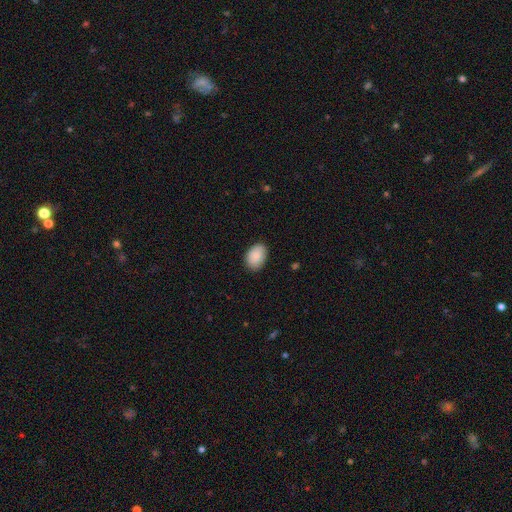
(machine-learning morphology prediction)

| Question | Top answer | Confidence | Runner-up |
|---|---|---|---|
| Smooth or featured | smooth | 88% | star or artifact (7%) |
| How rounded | in between | 86% | round (13%) |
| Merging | none | 85% | minor disturbance (11%) |